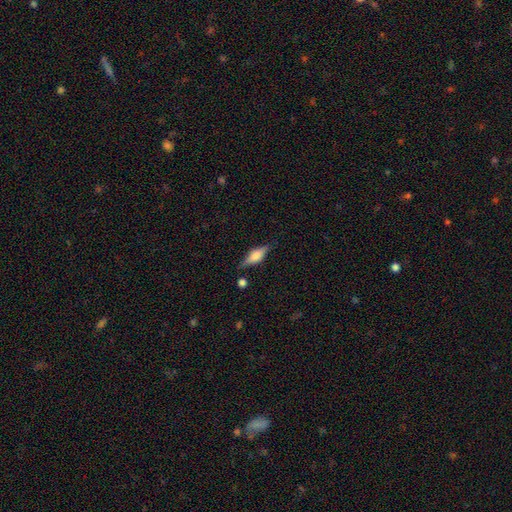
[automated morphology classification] A featured or disk galaxy (54%) viewed edge-on (94%) with a rounded central bulge (81%).

Vote fractions:
- Smooth or featured? featured or disk: 54% / smooth: 38% / star or artifact: 8%
- Edge-on disk? yes: 94% / no: 6%
- Edge-on bulge? rounded: 81% / boxy: 17% / none: 3%
- Merging? none: 79% / minor disturbance: 14% / major disturbance: 4% / merger: 4%